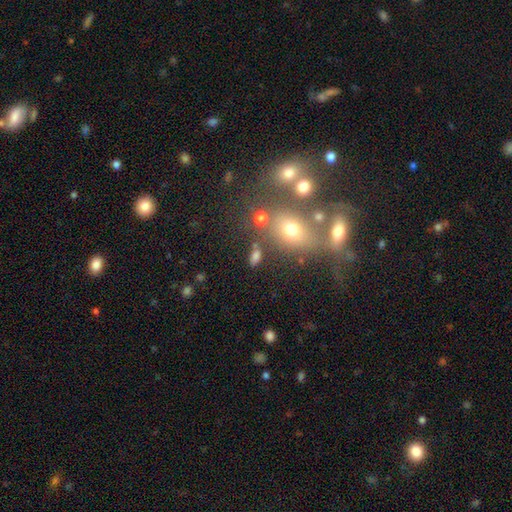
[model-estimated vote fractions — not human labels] Overall: smooth (74%). How rounded: in between (78%). Merging: none (71%).